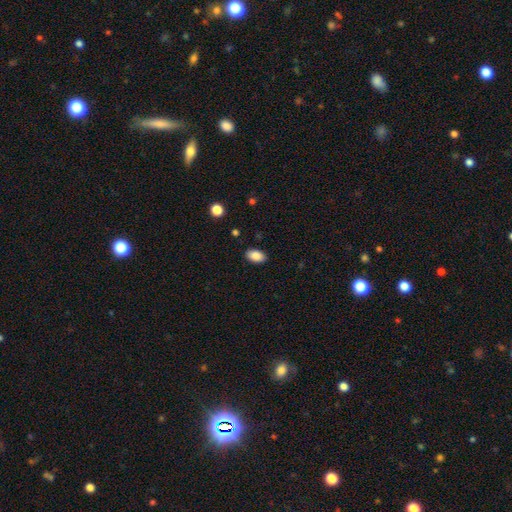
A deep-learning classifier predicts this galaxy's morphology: type=smooth (88%); roundness=in between (90%); merging=none (88%).